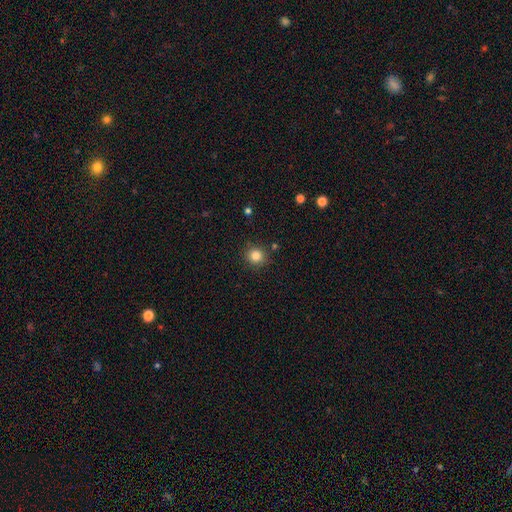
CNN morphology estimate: The model was most divided on "smooth or featured": smooth: 83%, star or artifact: 12%, featured or disk: 5%. More confident: how rounded — round (92%); merging — none (87%).